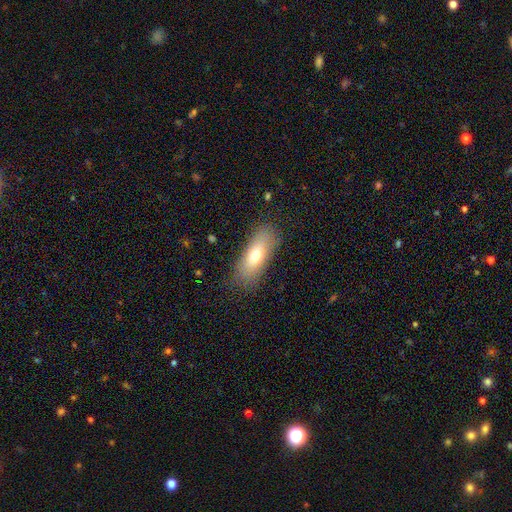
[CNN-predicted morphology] Smooth or featured? smooth (69%)
How rounded? in between (70%)
Merging? none (82%)